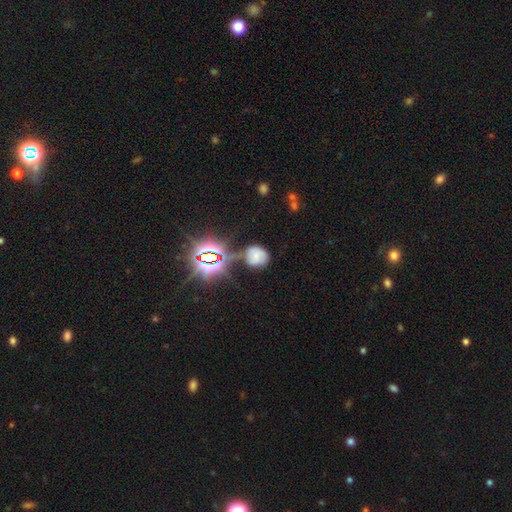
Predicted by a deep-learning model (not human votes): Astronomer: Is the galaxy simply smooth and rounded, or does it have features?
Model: smooth — 56%.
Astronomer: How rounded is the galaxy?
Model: round — 78%.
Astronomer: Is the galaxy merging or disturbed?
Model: none — 53%.